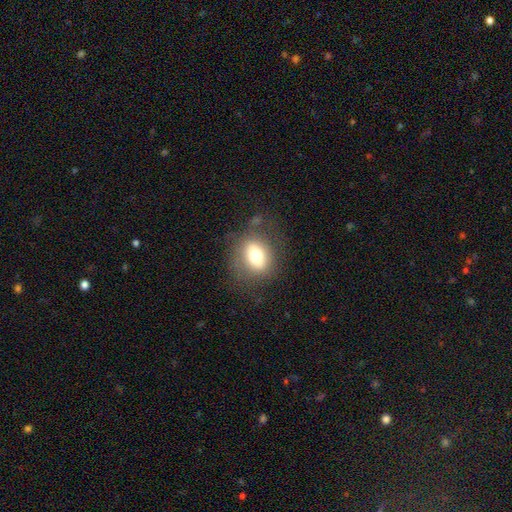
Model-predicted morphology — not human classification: Overall: smooth (67%). How rounded: round (49%, tied with in between). Merging: none (72%).